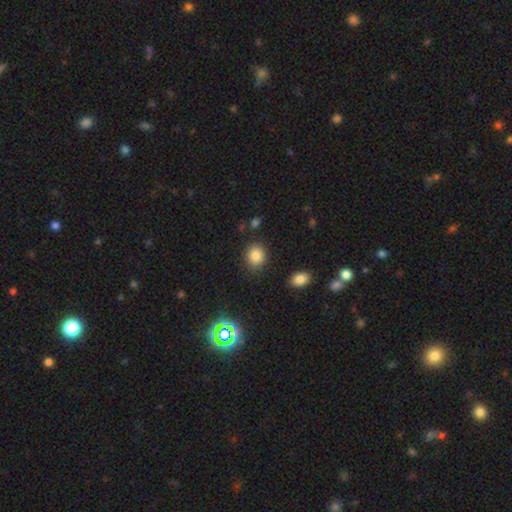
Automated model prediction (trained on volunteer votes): Smooth or featured: smooth — 83% (star or artifact — 11%)
How rounded: round — 66% (in between — 33%)
Merging: none — 85% (minor disturbance — 10%)